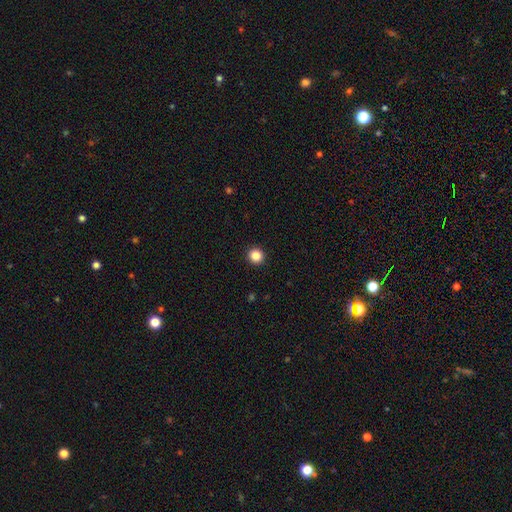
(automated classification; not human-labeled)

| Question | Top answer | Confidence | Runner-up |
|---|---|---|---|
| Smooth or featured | smooth | 86% | star or artifact (11%) |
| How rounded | round | 94% | in between (5%) |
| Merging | none | 94% | minor disturbance (4%) |